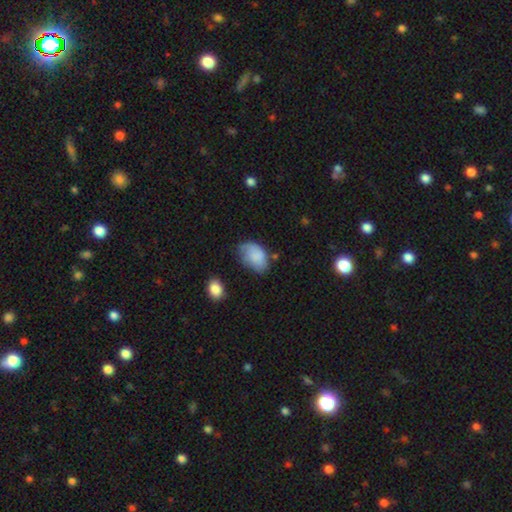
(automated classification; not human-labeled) This is likely a smooth galaxy (75%). How rounded: clearly in between (86%). Merging: marginally none (44%).